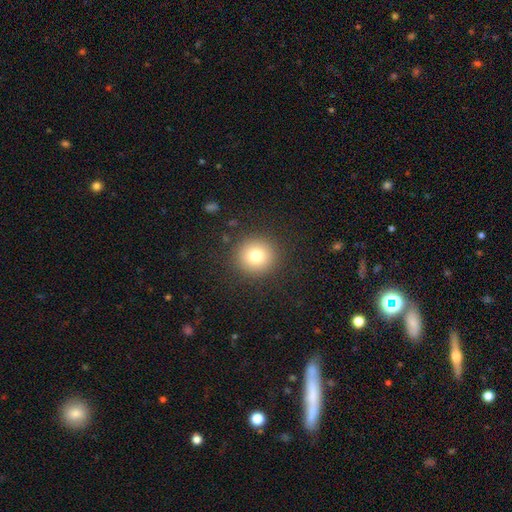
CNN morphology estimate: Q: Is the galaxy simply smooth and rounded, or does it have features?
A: smooth — 78%.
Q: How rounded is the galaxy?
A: round — 94%.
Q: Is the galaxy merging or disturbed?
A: none — 90%.